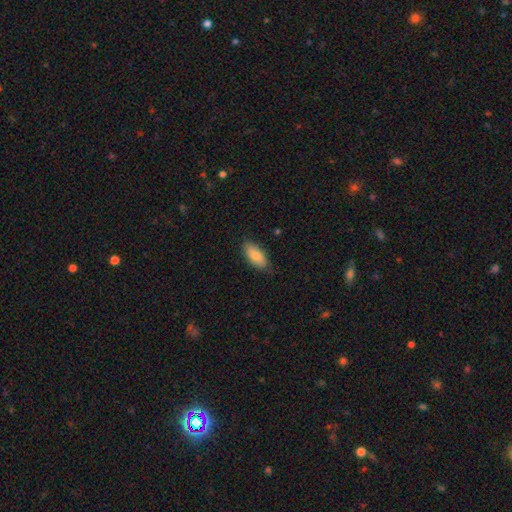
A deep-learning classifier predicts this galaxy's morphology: A smooth galaxy with no disk features (84%) that is in between round and cigar-shaped (87%).

Vote fractions:
- Smooth or featured? smooth: 84% / featured or disk: 10% / star or artifact: 6%
- How rounded? in between: 87% / cigar-shaped: 11% / round: 2%
- Merging? none: 81% / minor disturbance: 15% / major disturbance: 2% / merger: 1%